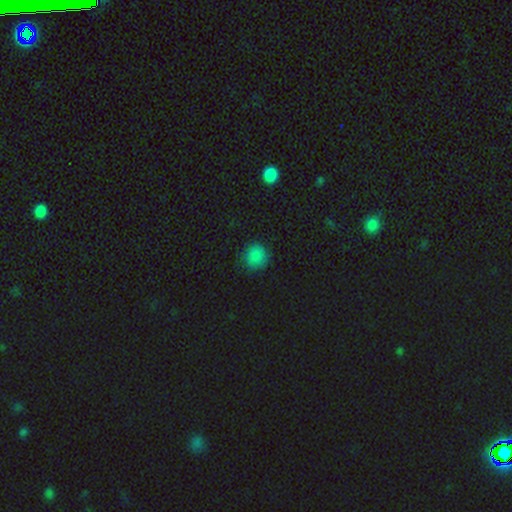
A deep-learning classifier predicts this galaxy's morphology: Smooth or featured: smooth — 82% (star or artifact — 13%)
How rounded: round — 88% (in between — 11%)
Merging: none — 83% (minor disturbance — 12%)